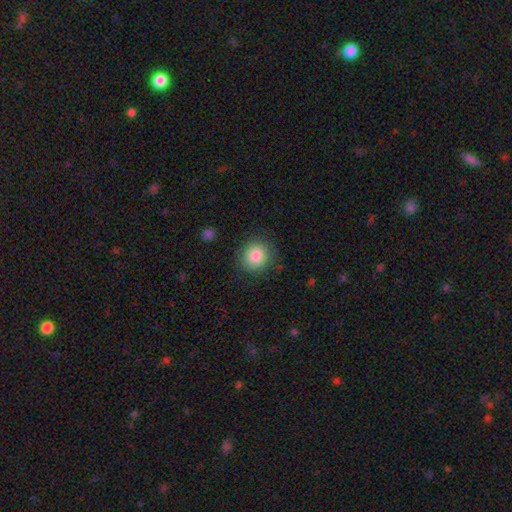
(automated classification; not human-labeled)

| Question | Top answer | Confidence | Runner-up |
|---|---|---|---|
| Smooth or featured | smooth | 85% | star or artifact (9%) |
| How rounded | round | 87% | in between (12%) |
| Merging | none | 86% | minor disturbance (9%) |